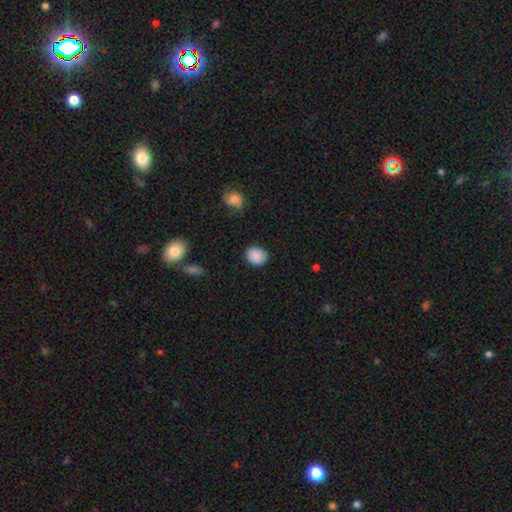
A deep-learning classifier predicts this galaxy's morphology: smooth_or_featured: smooth (p=0.88) [alt: star or artifact p=0.08]
how_rounded: round (p=0.63) [alt: in between p=0.36]
merging: none (p=0.84) [alt: minor disturbance p=0.12]